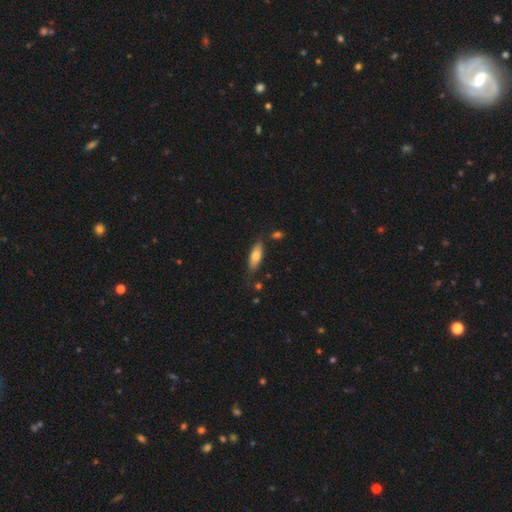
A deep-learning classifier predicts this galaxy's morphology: smooth_or_featured: smooth (p=0.75) [alt: featured or disk p=0.19]
how_rounded: in between (p=0.61) [alt: cigar-shaped p=0.37]
merging: none (p=0.76) [alt: minor disturbance p=0.16]